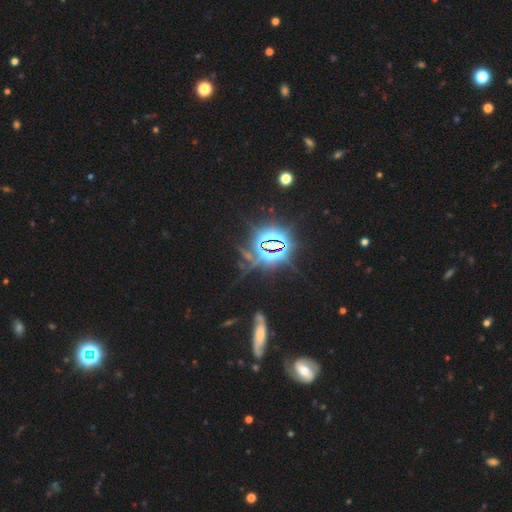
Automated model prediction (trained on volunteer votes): The model was most divided on "smooth or featured": star or artifact: 75%, smooth: 13%, featured or disk: 12%.